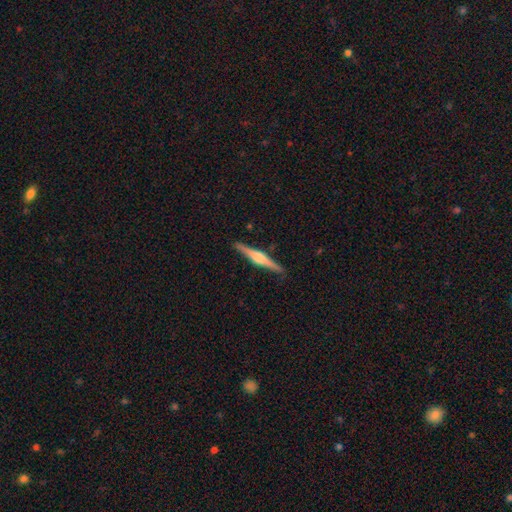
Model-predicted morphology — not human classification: Smooth or featured? Predicted: featured or disk (p=0.80). Edge-on disk? Predicted: yes (p=0.98). Edge-on bulge? Predicted: rounded (p=0.81). Merging? Predicted: none (p=0.91).